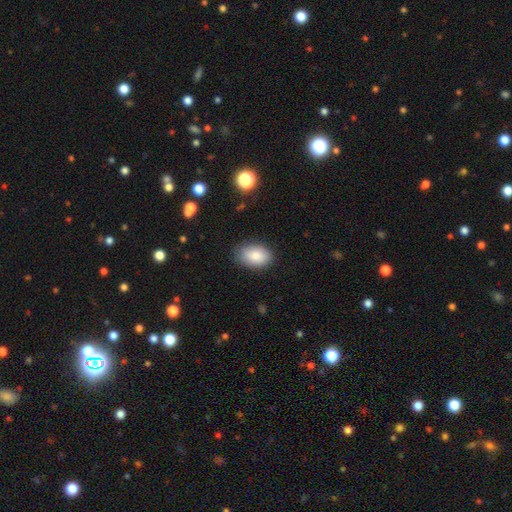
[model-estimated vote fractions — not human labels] Smooth or featured: smooth — 84% (featured or disk — 8%)
How rounded: in between — 89% (round — 10%)
Merging: none — 83% (minor disturbance — 13%)